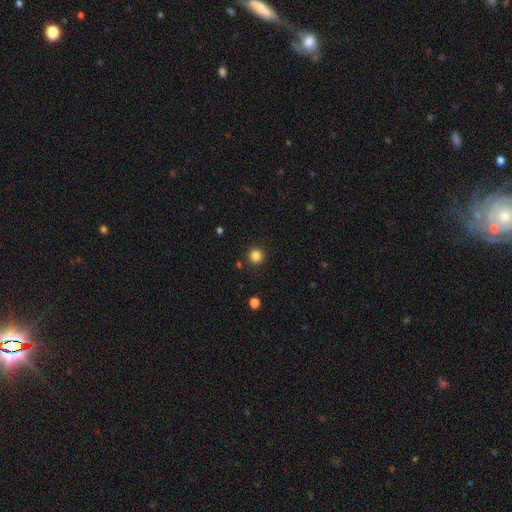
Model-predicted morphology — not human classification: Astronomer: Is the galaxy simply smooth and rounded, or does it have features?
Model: smooth — 84%.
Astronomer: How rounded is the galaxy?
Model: round — 94%.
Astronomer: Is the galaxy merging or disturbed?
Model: none — 90%.